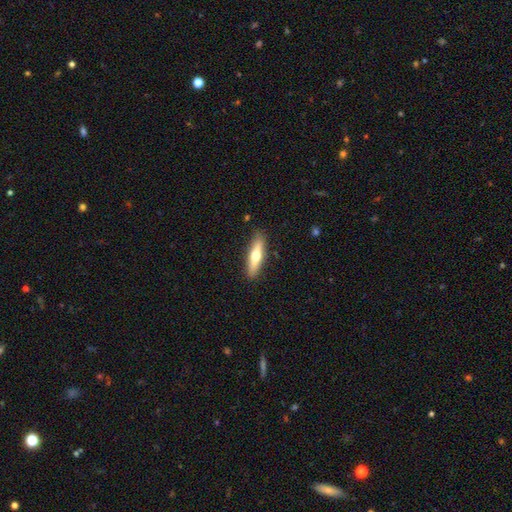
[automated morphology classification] A smooth galaxy with no disk features (55%) that is cigar-shaped (72%).

Vote fractions:
- Smooth or featured? smooth: 55% / featured or disk: 39% / star or artifact: 6%
- How rounded? cigar-shaped: 72% / in between: 26% / round: 2%
- Merging? none: 88% / minor disturbance: 9% / major disturbance: 2% / merger: 1%